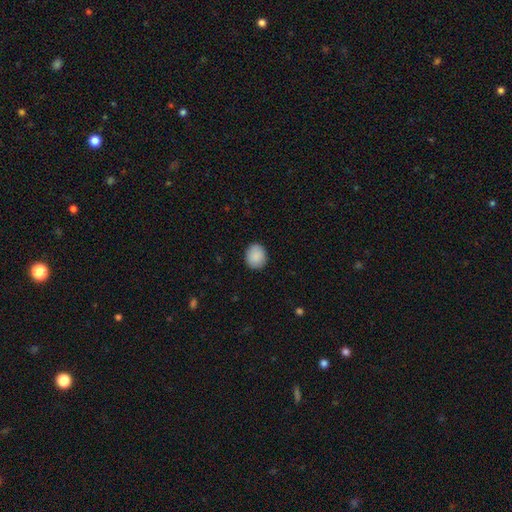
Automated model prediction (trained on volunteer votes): This is clearly a smooth galaxy (90%). How rounded: likely round (67%). Merging: clearly none (89%).